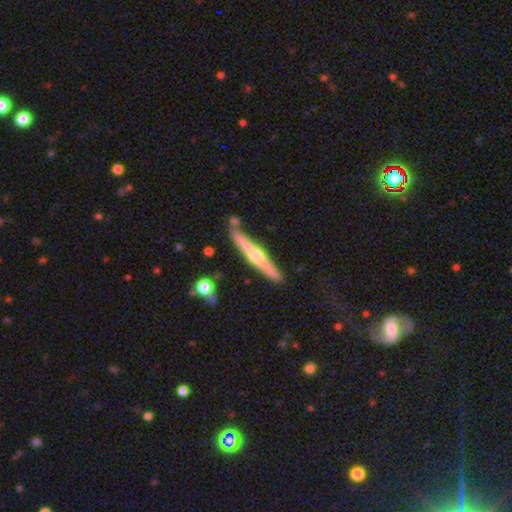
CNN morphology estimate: type=featured or disk (72%); edge-on=yes (97%); edge-on bulge=rounded (92%); merging=none (85%).